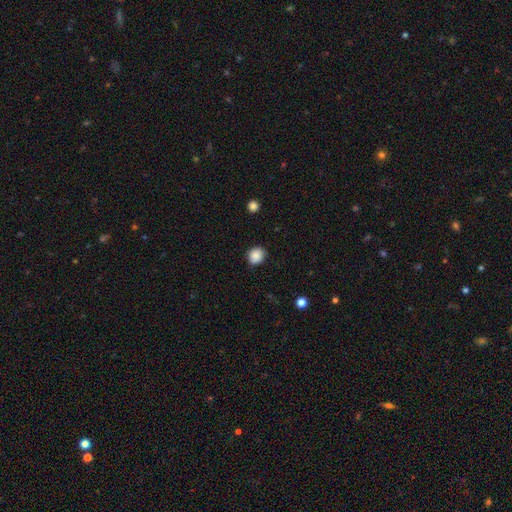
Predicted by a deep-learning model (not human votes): This appears to be a smooth galaxy with no disk features (88%) that is round (73%). Merging: none (85%).